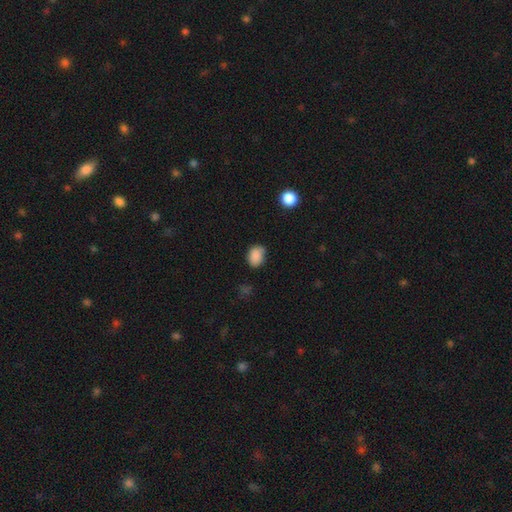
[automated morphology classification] type=smooth (86%); roundness=in between (65%); merging=none (72%).